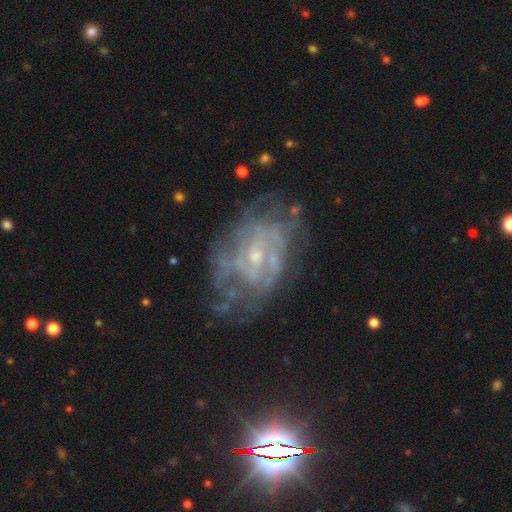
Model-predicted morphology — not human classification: smooth-or-featured: featured or disk: 80% | smooth: 11% | star or artifact: 9%
  disk-edge-on: no: 97% | yes: 3%
    bar: no: 61% | weak: 33% | strong: 6%
    has-spiral-arms: yes: 67% | no: 33%
      spiral-winding: tight: 49% | medium: 34% | loose: 17%
      spiral-arm-count: can't tell: 58% | 2: 16% | 3: 10% | 4: 7% | more than 4: 5% | 1: 5%
    bulge-size: small: 64% | moderate: 28% | none: 5% | large: 1% | dominant: 1%
  merging: none: 56% | minor disturbance: 22% | major disturbance: 18% | merger: 3%